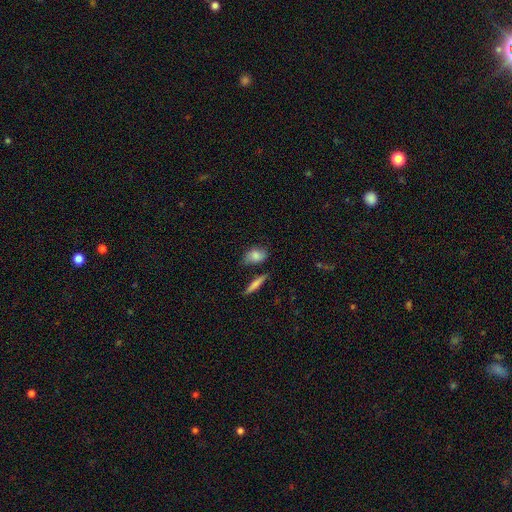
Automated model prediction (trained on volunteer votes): smooth 77%, featured or disk 15%, star or artifact 8%. Down the decision tree: how rounded — in between (78%); merging — none (61%).